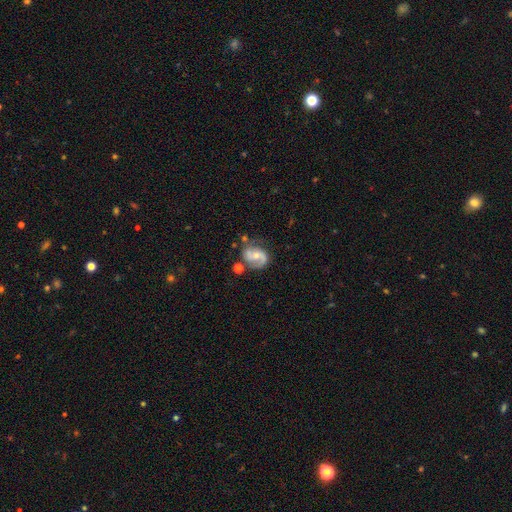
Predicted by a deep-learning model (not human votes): Smooth or featured? Predicted: featured or disk (p=0.77). Edge-on disk? Predicted: no (p=0.98). Bar? Predicted: no (p=0.51). Spiral arms? Predicted: yes (p=0.93). Spiral winding? Predicted: medium (p=0.48). Spiral arm count? Predicted: 2 (p=0.85). Bulge size? Predicted: moderate (p=0.48). Merging? Predicted: none (p=0.62).